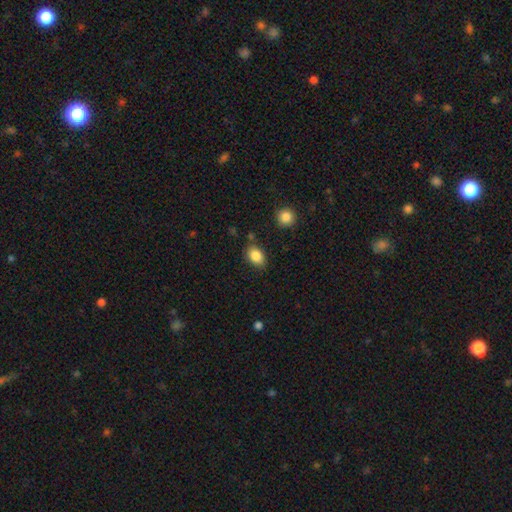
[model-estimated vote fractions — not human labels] A smooth galaxy with no disk features (86%) that is in between round and cigar-shaped (78%). Merging: none (79%).